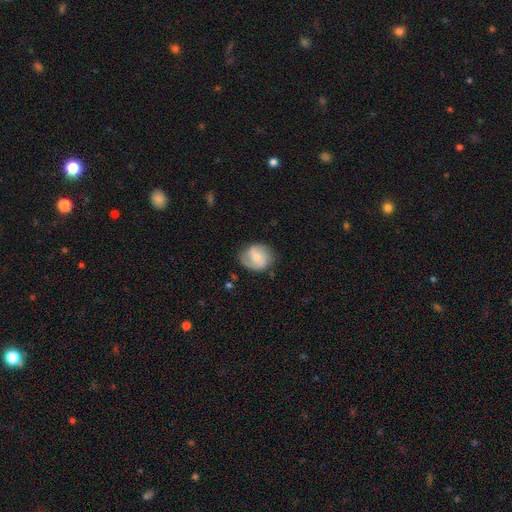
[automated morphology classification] Overall: smooth (47%; featured or disk 46%). Merging: none (67%).